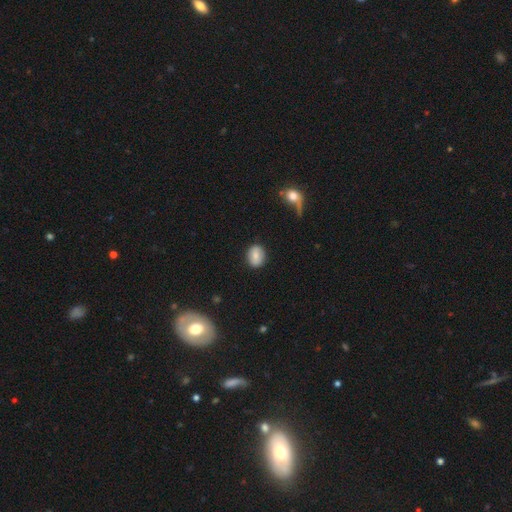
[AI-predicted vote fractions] A smooth galaxy with no disk features (75%) that is in between round and cigar-shaped (49%, tied with round). Merging: none (85%).